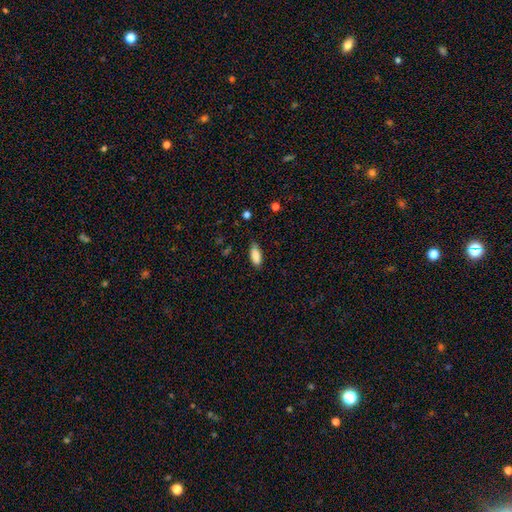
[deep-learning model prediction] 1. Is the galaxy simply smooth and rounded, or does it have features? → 86% smooth, 7% star or artifact, 6% featured or disk.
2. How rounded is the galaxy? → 84% in between, 14% cigar-shaped, 2% round.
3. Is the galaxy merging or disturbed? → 79% none, 17% minor disturbance, 3% major disturbance, 1% merger.